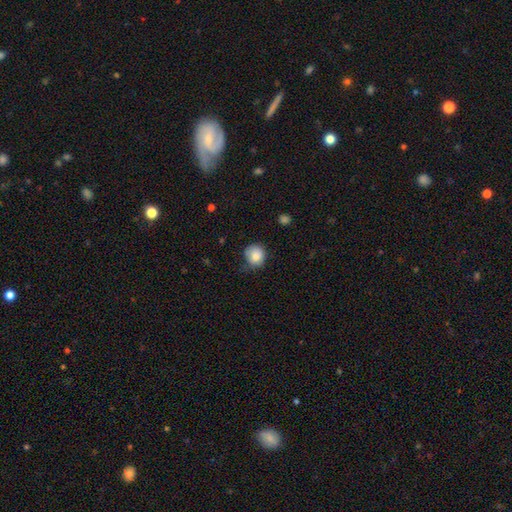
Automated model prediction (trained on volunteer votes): smooth 84%, star or artifact 9%, featured or disk 8%. Down the decision tree: how rounded — round (85%); merging — none (60%).